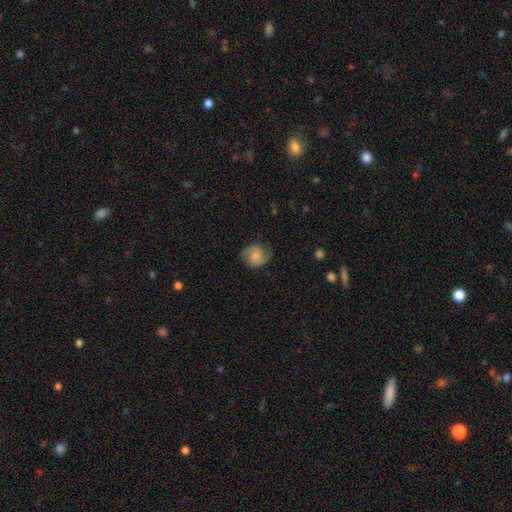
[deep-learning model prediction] smooth-or-featured: smooth: 52% | featured or disk: 39% | star or artifact: 8%
  how-rounded: round: 75% | in between: 24% | cigar-shaped: 1%
  merging: none: 70% | minor disturbance: 21% | major disturbance: 8% | merger: 1%